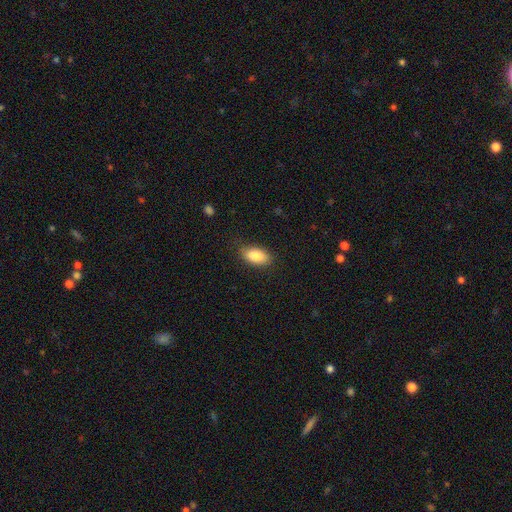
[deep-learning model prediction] Smooth or featured? Predicted: smooth (p=0.85). How rounded? Predicted: in between (p=0.91). Merging? Predicted: none (p=0.82).